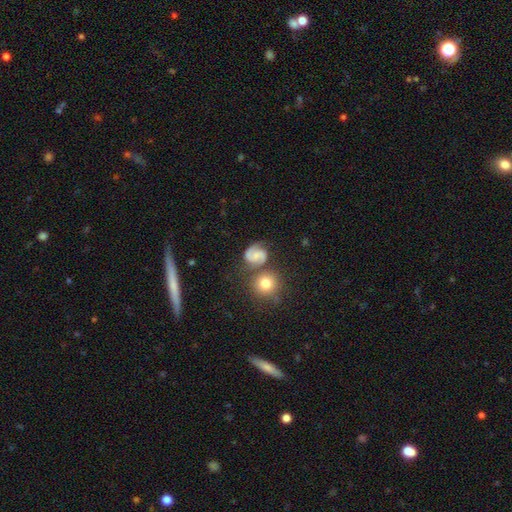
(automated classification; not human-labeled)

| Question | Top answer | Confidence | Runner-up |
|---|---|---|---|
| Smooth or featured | featured or disk | 71% | smooth (20%) |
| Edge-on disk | no | 98% | yes (2%) |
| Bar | no | 52% | weak (38%) |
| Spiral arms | yes | 95% | no (5%) |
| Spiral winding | medium | 55% | tight (28%) |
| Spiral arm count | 2 | 89% | can't tell (4%) |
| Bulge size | small | 38% | none (29%) |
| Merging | none | 64% | minor disturbance (17%) |